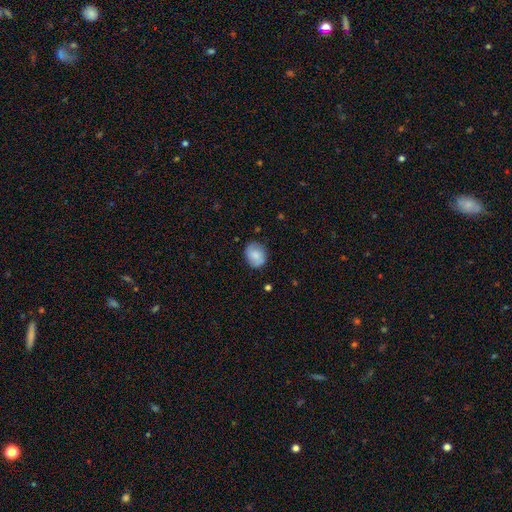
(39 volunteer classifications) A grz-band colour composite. It shows a smooth galaxy with no disk features (56%) that is round (91%). Merging: none (78%).